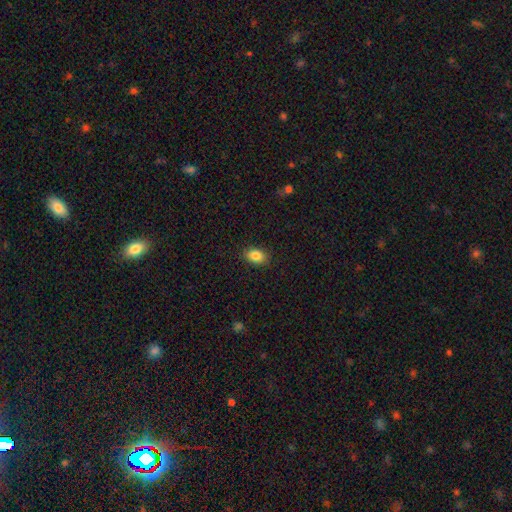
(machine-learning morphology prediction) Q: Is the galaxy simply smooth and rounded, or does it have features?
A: smooth — 85%.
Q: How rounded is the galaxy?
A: in between — 81%.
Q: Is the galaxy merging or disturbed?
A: none — 88%.